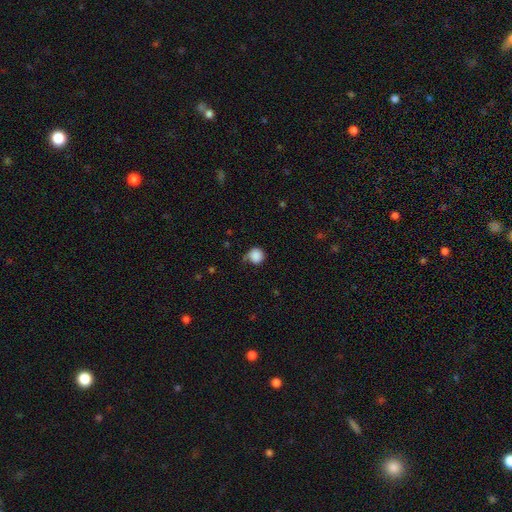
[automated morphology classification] Smooth or featured?
  - smooth: 86% *
  - star or artifact: 9%
  - featured or disk: 4%
How rounded?
  - round: 90% *
  - in between: 9%
  - cigar-shaped: 1%
Merging?
  - none: 63% *
  - minor disturbance: 25%
  - major disturbance: 8%
  - merger: 3%